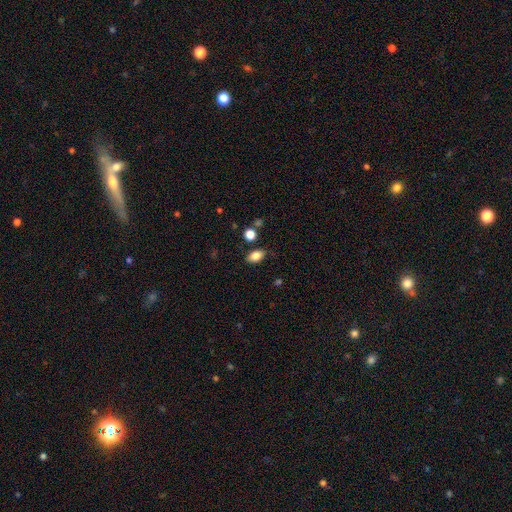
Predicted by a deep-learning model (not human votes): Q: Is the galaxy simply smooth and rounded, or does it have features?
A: smooth — 83%.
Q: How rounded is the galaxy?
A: in between — 86%.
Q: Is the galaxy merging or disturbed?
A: none — 81%.